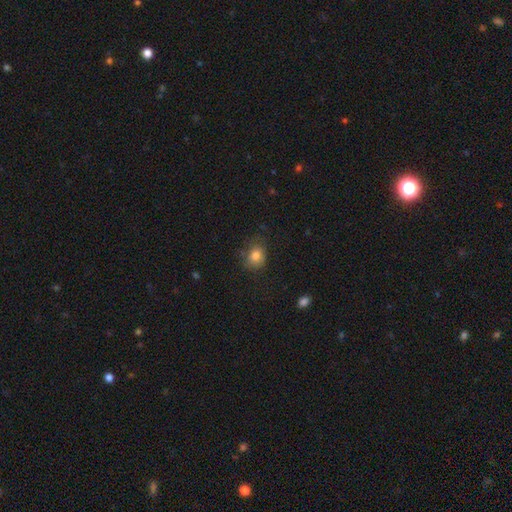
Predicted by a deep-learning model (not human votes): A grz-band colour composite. It shows a smooth galaxy with no disk features (82%) that is round (61%). Merging: none (67%).